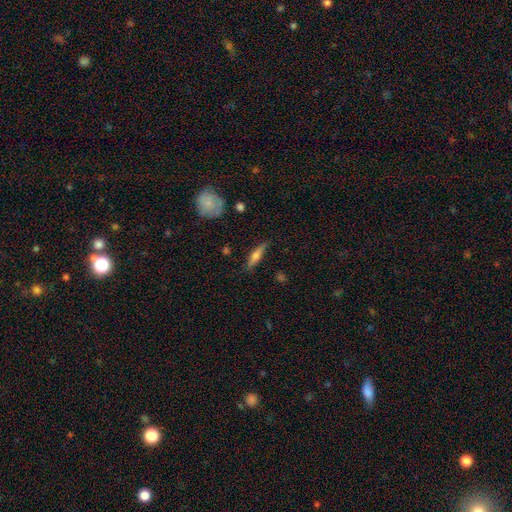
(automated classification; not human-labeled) Overall: featured or disk (48%; smooth 45%). Merging: none (81%).